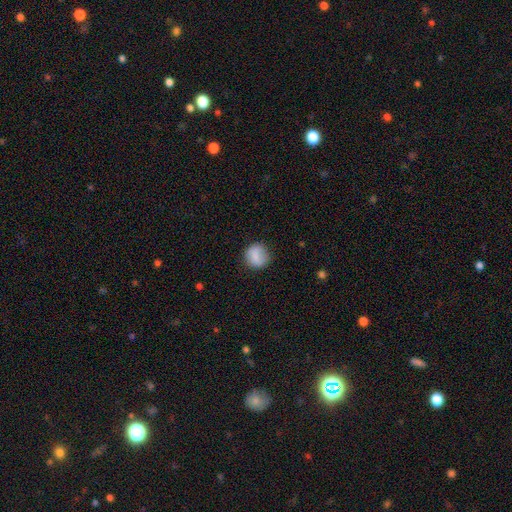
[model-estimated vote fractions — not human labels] Q: Smooth or featured?
A: smooth (79%); runner-up: featured or disk (14%)
Q: How rounded?
A: round (86%); runner-up: in between (12%)
Q: Merging?
A: none (80%); runner-up: minor disturbance (14%)